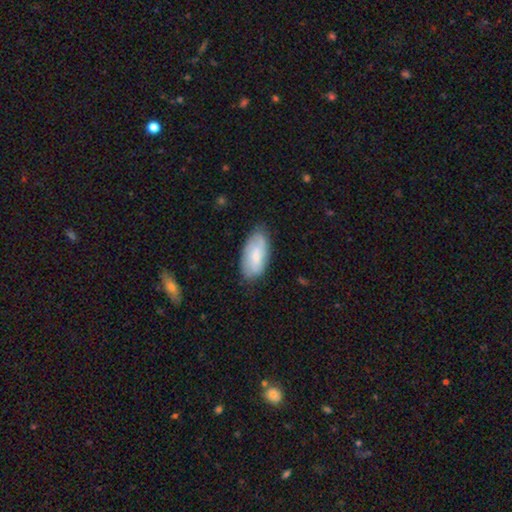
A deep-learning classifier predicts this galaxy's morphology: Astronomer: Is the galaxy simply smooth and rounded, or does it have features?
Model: smooth — 60%.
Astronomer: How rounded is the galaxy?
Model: in between — 92%.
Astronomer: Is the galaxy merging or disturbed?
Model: none — 73%.